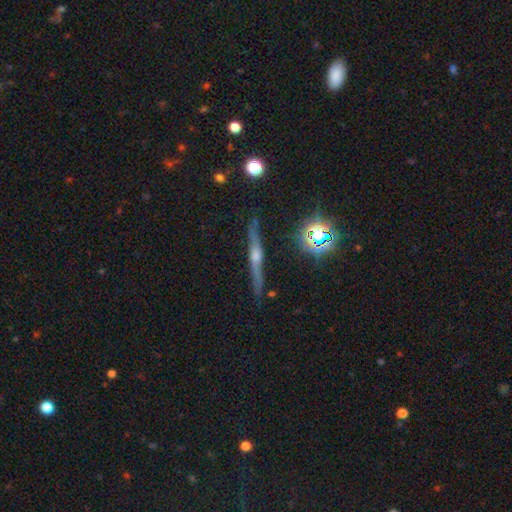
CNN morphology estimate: A featured or disk galaxy (79%) viewed edge-on (98%) with a rounded central bulge (88%).

Vote fractions:
- Smooth or featured? featured or disk: 79% / smooth: 12% / star or artifact: 10%
- Edge-on disk? yes: 98% / no: 2%
- Edge-on bulge? rounded: 88% / none: 7% / boxy: 5%
- Merging? none: 90% / minor disturbance: 7% / merger: 2% / major disturbance: 2%